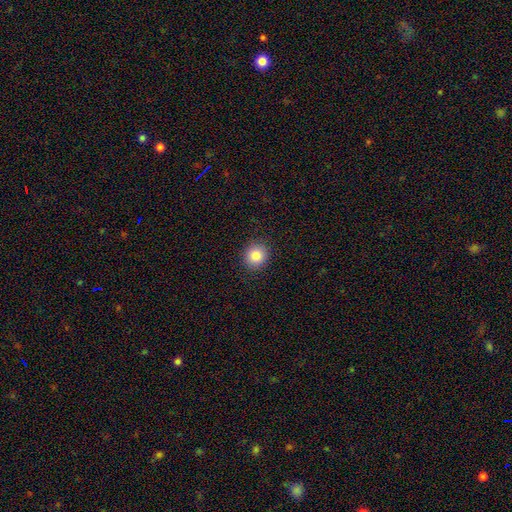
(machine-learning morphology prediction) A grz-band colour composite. It shows a smooth galaxy with no disk features (85%) that is round (87%). Merging: none (91%).